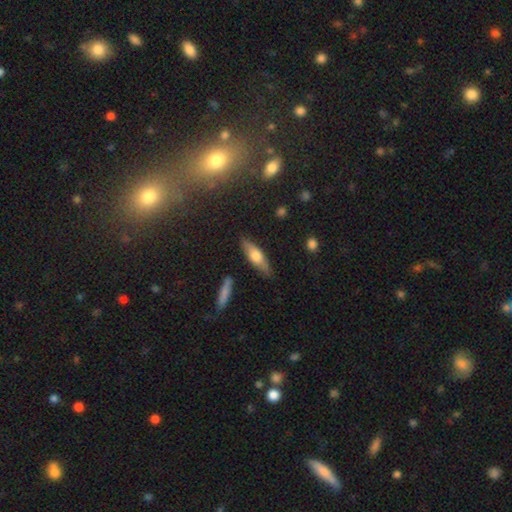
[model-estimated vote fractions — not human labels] Smooth or featured? Predicted: smooth (p=0.56). How rounded? Predicted: cigar-shaped (p=0.53). Merging? Predicted: none (p=0.83).